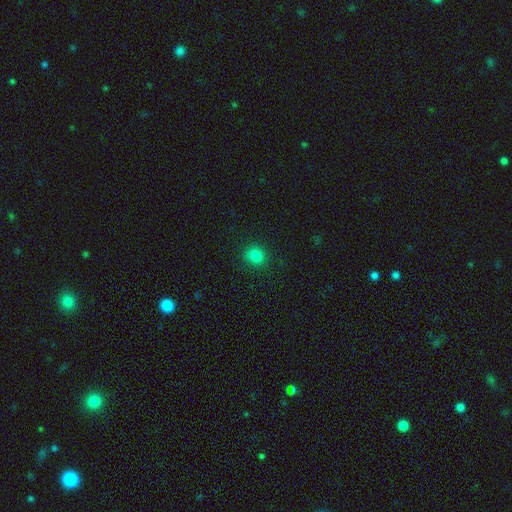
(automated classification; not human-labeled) A smooth galaxy with no disk features (82%) that is round (83%).

Vote fractions:
- Smooth or featured? smooth: 82% / star or artifact: 13% / featured or disk: 4%
- How rounded? round: 83% / in between: 16% / cigar-shaped: 1%
- Merging? none: 86% / minor disturbance: 10% / major disturbance: 3% / merger: 1%